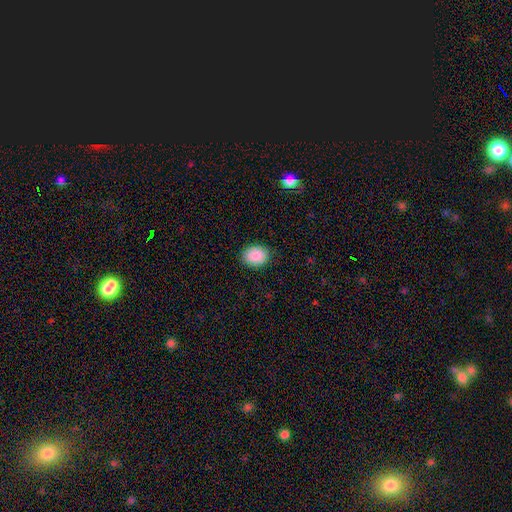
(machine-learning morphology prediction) Smooth or featured? Predicted: smooth (p=0.90). How rounded? Predicted: in between (p=0.61). Merging? Predicted: none (p=0.88).